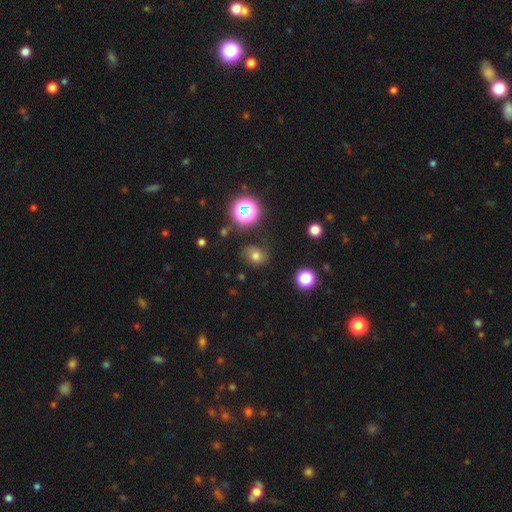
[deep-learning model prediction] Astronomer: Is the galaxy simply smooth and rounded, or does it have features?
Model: smooth — 65%.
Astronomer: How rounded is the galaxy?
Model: round — 55% (runner-up: in between, 44%).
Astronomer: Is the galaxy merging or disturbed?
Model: none — 71%.